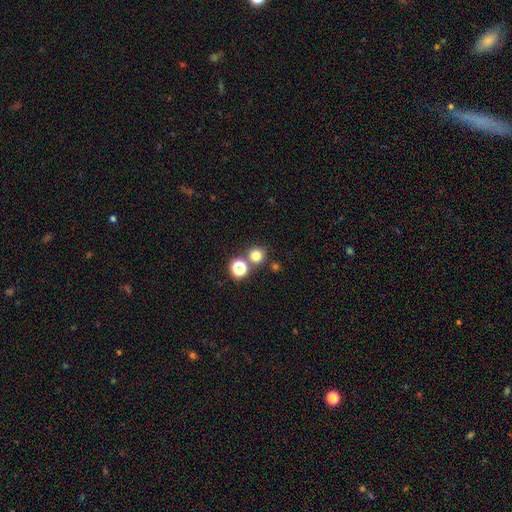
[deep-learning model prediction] Smooth or featured? Predicted: smooth (p=0.75). How rounded? Predicted: round (p=0.92). Merging? Predicted: none (p=0.75).